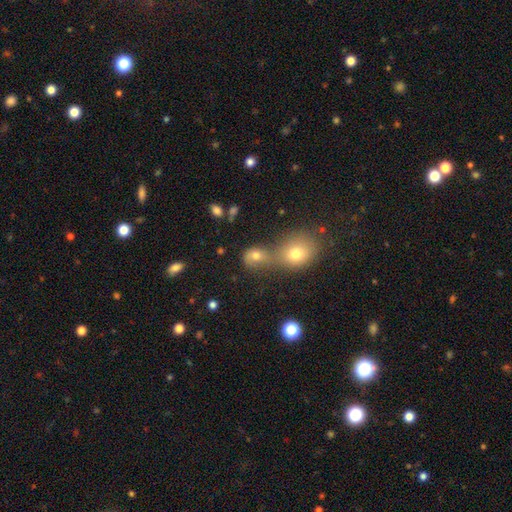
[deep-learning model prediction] smooth 71%, star or artifact 16%, featured or disk 13%. Down the decision tree: how rounded — round (55%); merging — merger (61%).